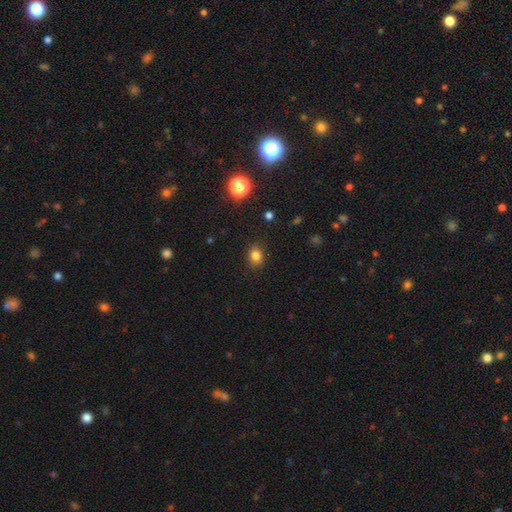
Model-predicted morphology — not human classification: type=smooth (82%); roundness=round (54%); merging=none (86%).